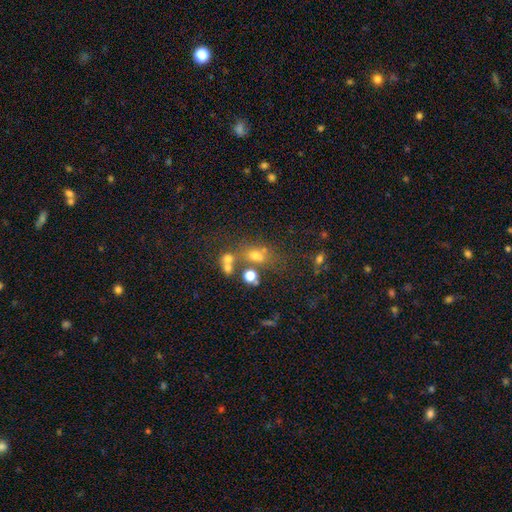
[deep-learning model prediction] The model was most divided on "how rounded": in between: 50%, round: 46%, cigar-shaped: 4%. Remaining: smooth or featured — smooth (55%); merging — none (47%).